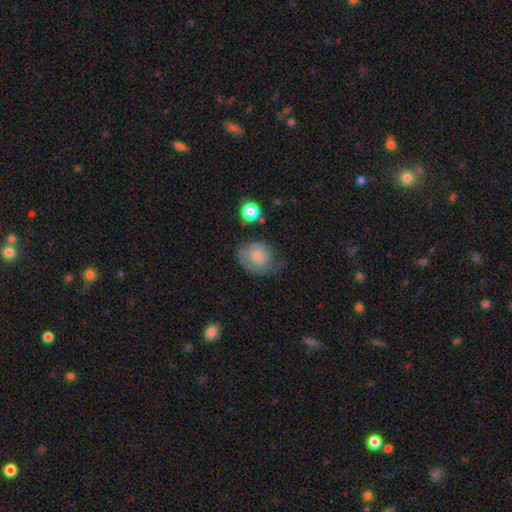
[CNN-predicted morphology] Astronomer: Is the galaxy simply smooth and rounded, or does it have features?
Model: smooth — 60%.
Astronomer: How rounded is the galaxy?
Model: round — 63%.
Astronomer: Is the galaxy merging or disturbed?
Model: none — 52% (runner-up: minor disturbance, 31%).